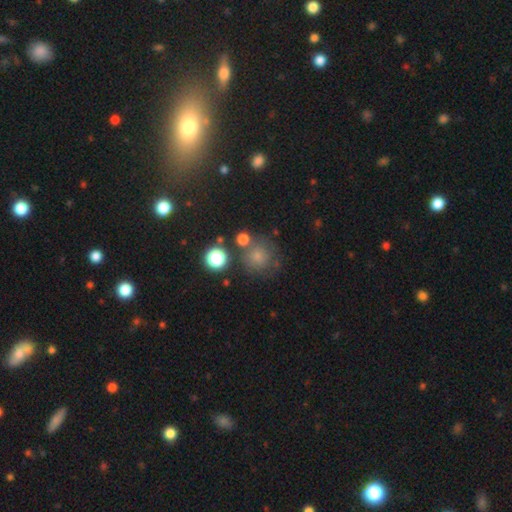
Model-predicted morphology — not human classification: smooth-or-featured: smooth: 70% | star or artifact: 18% | featured or disk: 12%
  how-rounded: round: 90% | in between: 9% | cigar-shaped: 1%
  merging: none: 68% | minor disturbance: 15% | merger: 10% | major disturbance: 7%